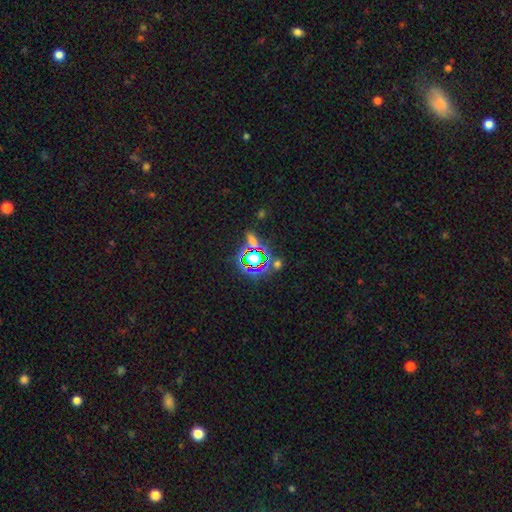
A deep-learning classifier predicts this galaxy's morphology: A star or artifact, not a galaxy (77%).

Vote fractions:
- Smooth or featured? star or artifact: 77% / smooth: 15% / featured or disk: 9%